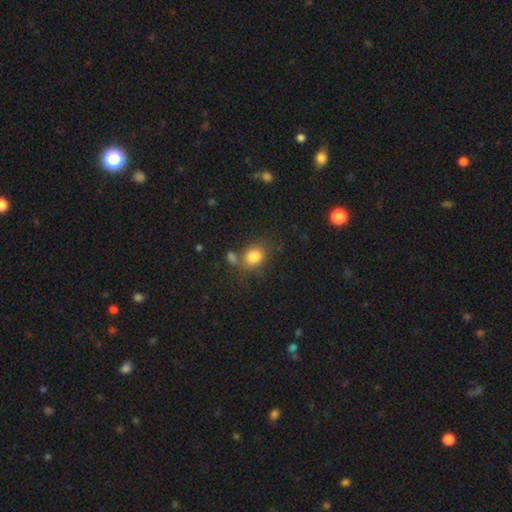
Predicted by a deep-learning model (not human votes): Smooth or featured?
  - smooth: 81% *
  - star or artifact: 11%
  - featured or disk: 8%
How rounded?
  - in between: 58% *
  - round: 40%
  - cigar-shaped: 1%
Merging?
  - none: 55% *
  - merger: 20%
  - minor disturbance: 17%
  - major disturbance: 7%